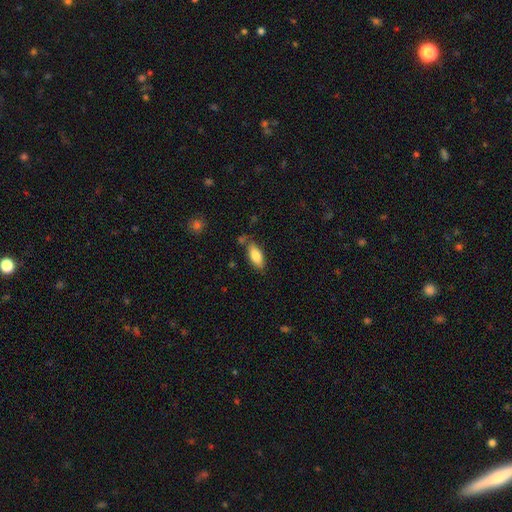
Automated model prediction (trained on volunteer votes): smooth_or_featured: smooth (p=0.82) [alt: featured or disk p=0.11]
how_rounded: in between (p=0.85) [alt: cigar-shaped p=0.13]
merging: none (p=0.71) [alt: minor disturbance p=0.18]